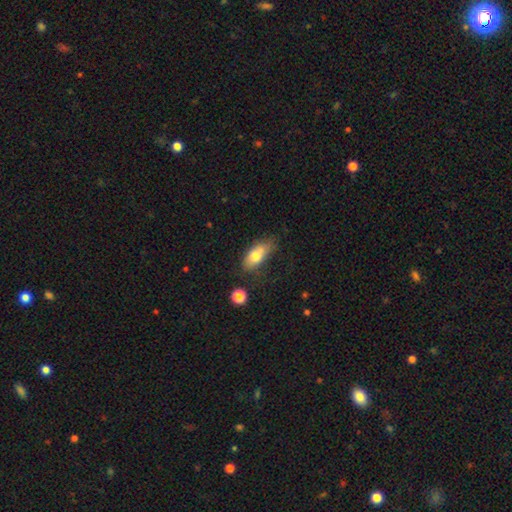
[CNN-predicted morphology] smooth-or-featured: smooth: 73% | featured or disk: 19% | star or artifact: 8%
  how-rounded: in between: 84% | cigar-shaped: 12% | round: 5%
  merging: none: 53% | minor disturbance: 30% | major disturbance: 11% | merger: 7%